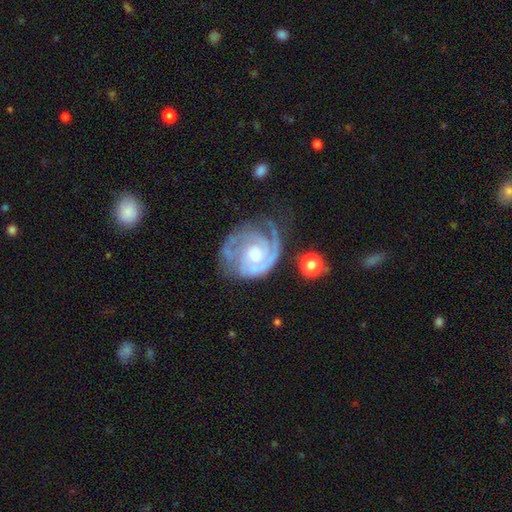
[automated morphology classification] Smooth or featured: featured or disk — 91% (smooth — 5%)
Edge-on disk: no — 98% (yes — 2%)
Bar: no — 70% (weak — 25%)
Spiral arms: yes — 98% (no — 2%)
Spiral winding: tight — 68% (medium — 27%)
Spiral arm count: 2 — 47% (3 — 21%)
Bulge size: moderate — 48% (small — 41%)
Merging: none — 61% (minor disturbance — 22%)